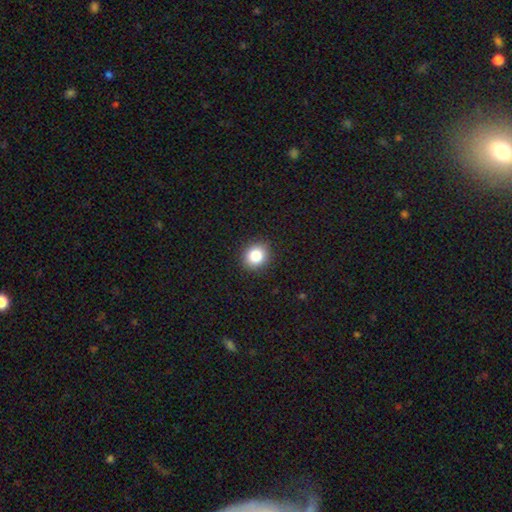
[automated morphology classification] A smooth galaxy with no disk features (84%) that is round (83%).

Vote fractions:
- Smooth or featured? smooth: 84% / star or artifact: 10% / featured or disk: 5%
- How rounded? round: 83% / in between: 16% / cigar-shaped: 1%
- Merging? none: 91% / minor disturbance: 6% / major disturbance: 2% / merger: 1%